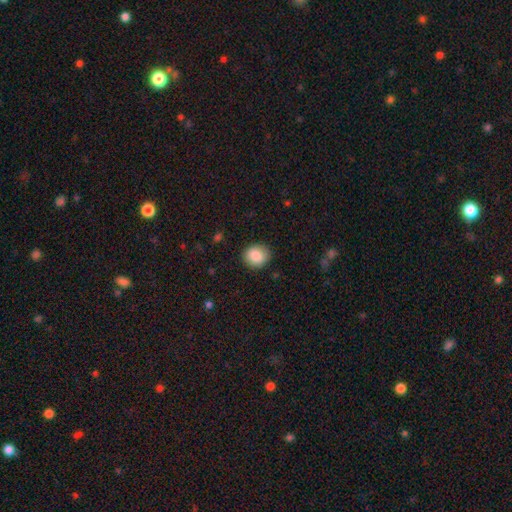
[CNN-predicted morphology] This is clearly a smooth galaxy (88%). How rounded: likely round (77%). Merging: clearly none (88%).